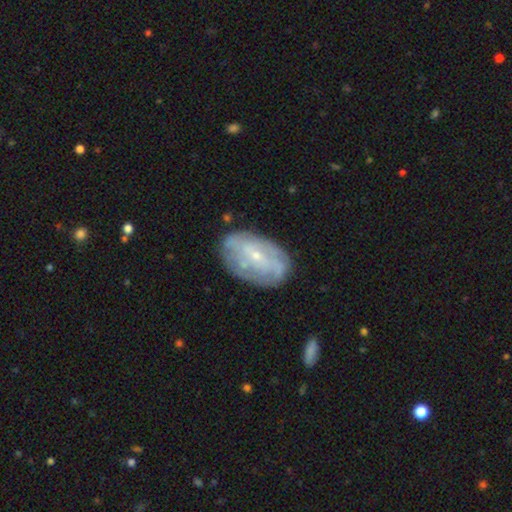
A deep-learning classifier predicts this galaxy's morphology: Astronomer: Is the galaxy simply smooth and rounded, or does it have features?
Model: featured or disk — 66%.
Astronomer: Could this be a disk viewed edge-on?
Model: no — 94%.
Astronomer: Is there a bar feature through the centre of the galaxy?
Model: no — 57% (runner-up: weak, 32%).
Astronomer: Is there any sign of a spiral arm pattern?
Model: yes — 59% (runner-up: no, 41%).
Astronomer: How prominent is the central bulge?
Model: small — 77%.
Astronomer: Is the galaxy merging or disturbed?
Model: none — 74%.